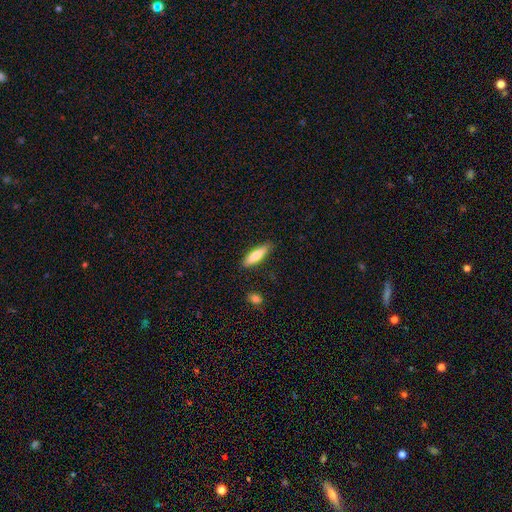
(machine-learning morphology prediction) Smooth or featured: smooth — 74% (featured or disk — 20%)
How rounded: cigar-shaped — 67% (in between — 31%)
Merging: none — 86% (minor disturbance — 10%)